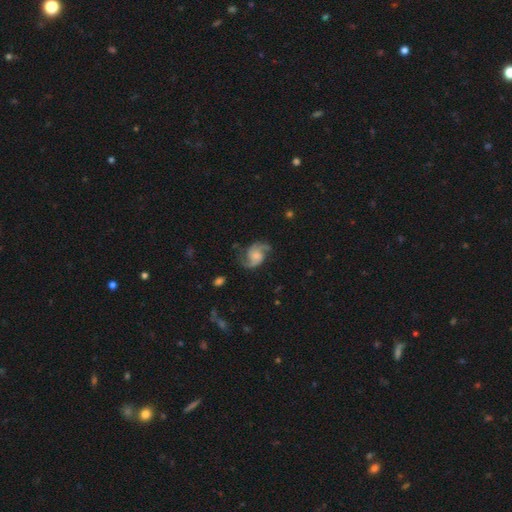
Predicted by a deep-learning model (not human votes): Smooth or featured? Predicted: featured or disk (p=0.85). Edge-on disk? Predicted: no (p=0.98). Bar? Predicted: no (p=0.59). Spiral arms? Predicted: yes (p=0.97). Spiral winding? Predicted: medium (p=0.48). Spiral arm count? Predicted: 2 (p=0.89). Bulge size? Predicted: small (p=0.32). Merging? Predicted: none (p=0.71).